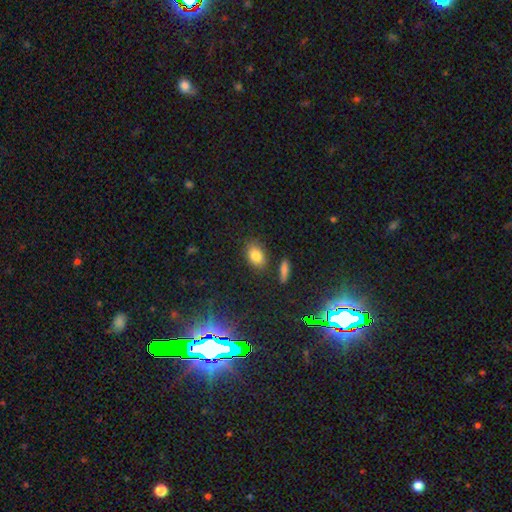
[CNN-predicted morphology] Smooth or featured?
  - smooth: 81% *
  - star or artifact: 11%
  - featured or disk: 8%
How rounded?
  - in between: 82% *
  - round: 15%
  - cigar-shaped: 2%
Merging?
  - none: 80% *
  - minor disturbance: 12%
  - merger: 4%
  - major disturbance: 3%